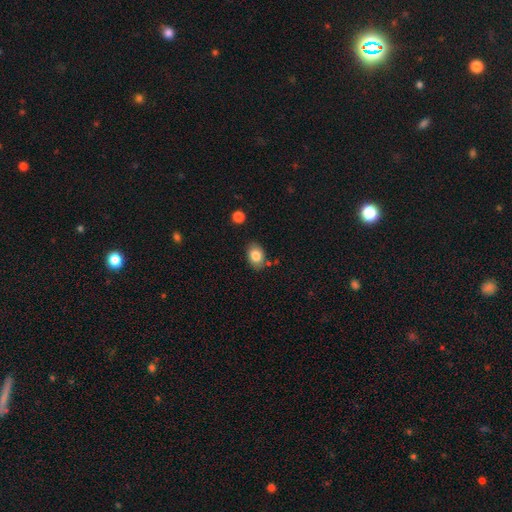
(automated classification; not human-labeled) Smooth or featured? Predicted: smooth (p=0.82). How rounded? Predicted: in between (p=0.75). Merging? Predicted: none (p=0.79).